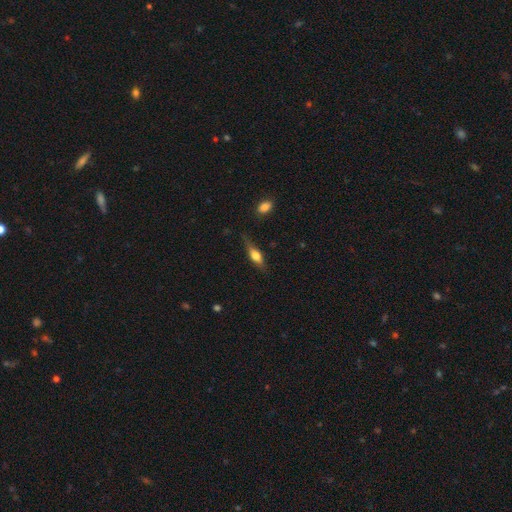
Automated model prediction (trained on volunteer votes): Smooth or featured? smooth (55%)
How rounded? in between (51%)
Merging? none (68%)